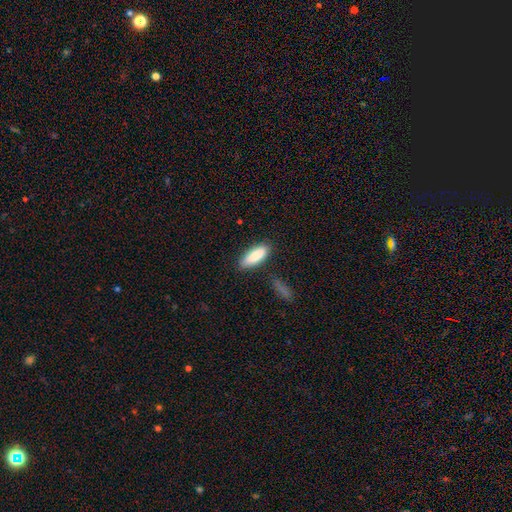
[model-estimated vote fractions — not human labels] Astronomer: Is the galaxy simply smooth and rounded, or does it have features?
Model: smooth — 86%.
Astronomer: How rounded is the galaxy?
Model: in between — 64%.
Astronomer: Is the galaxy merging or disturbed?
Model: none — 81%.